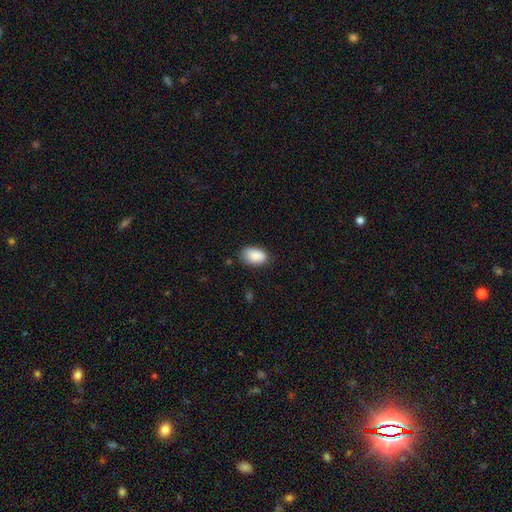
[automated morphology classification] smooth 88%, star or artifact 7%, featured or disk 5%. Down the decision tree: how rounded — in between (91%); merging — none (74%).